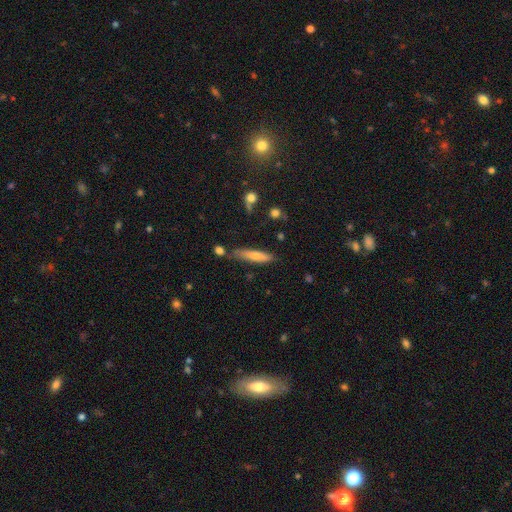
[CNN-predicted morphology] This is likely a smooth galaxy (63%). How rounded: clearly cigar-shaped (83%). Merging: likely none (73%).